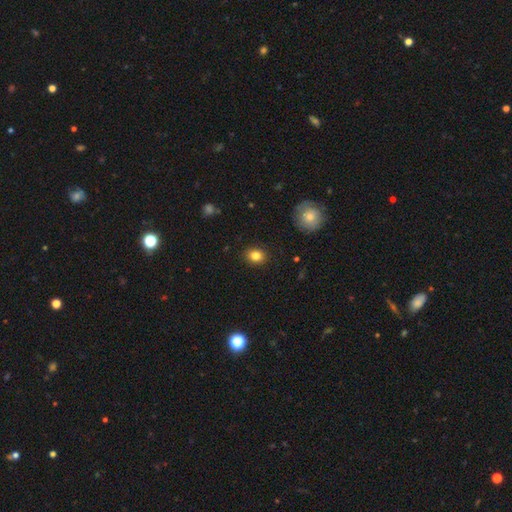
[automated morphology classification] This is clearly a smooth galaxy (83%). How rounded: likely round (62%). Merging: clearly none (89%).